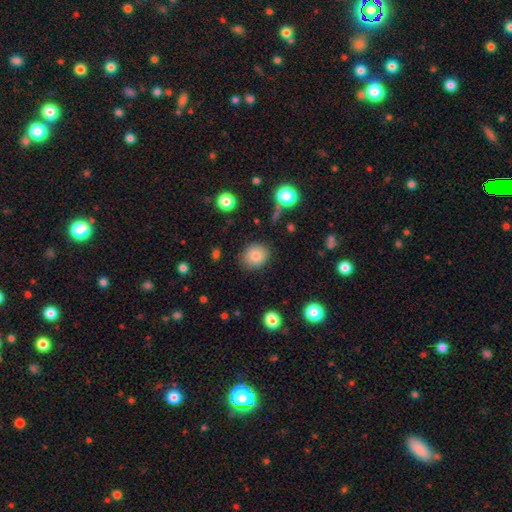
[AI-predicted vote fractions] smooth 83%, star or artifact 9%, featured or disk 8%. Down the decision tree: how rounded — round (70%); merging — none (85%).